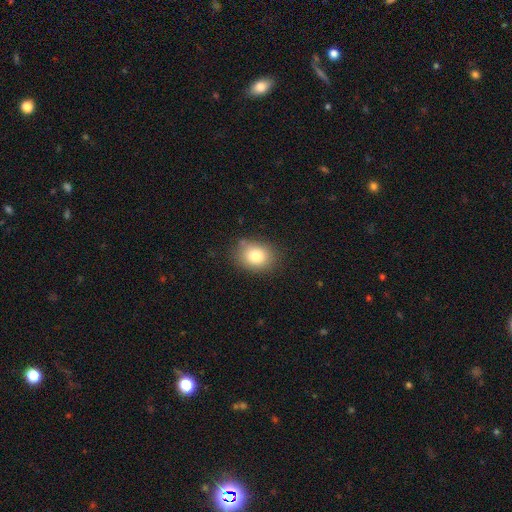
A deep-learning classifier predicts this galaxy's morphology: A smooth galaxy with no disk features (80%) that is in between round and cigar-shaped (56%). Merging: none (81%).